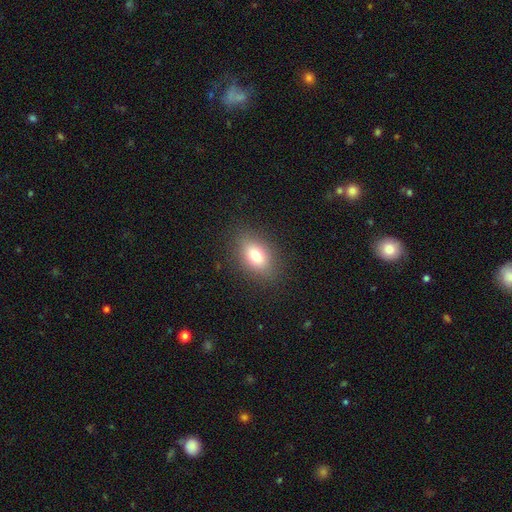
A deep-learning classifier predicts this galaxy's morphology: This appears to be a smooth galaxy with no disk features (77%) that is in between round and cigar-shaped (81%). Merging: none (86%).